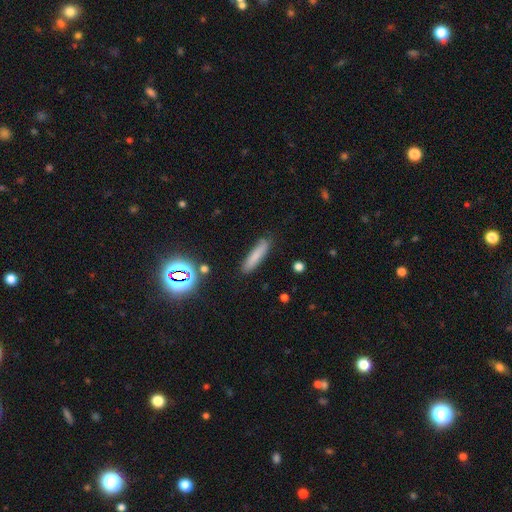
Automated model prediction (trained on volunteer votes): Overall: smooth (76%). How rounded: cigar-shaped (85%). Merging: none (85%).